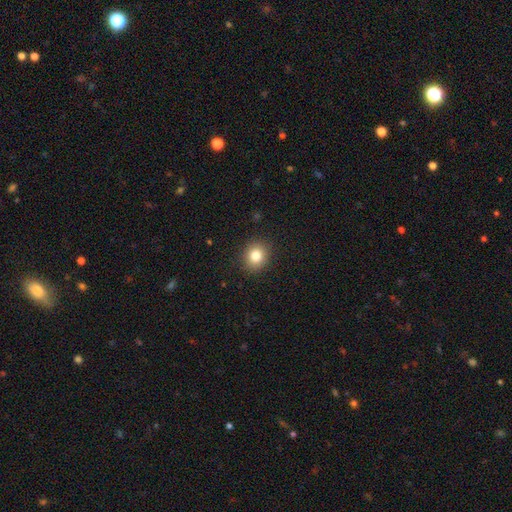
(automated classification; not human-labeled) This appears to be a smooth galaxy with no disk features (82%) that is round (75%). Merging: none (90%).